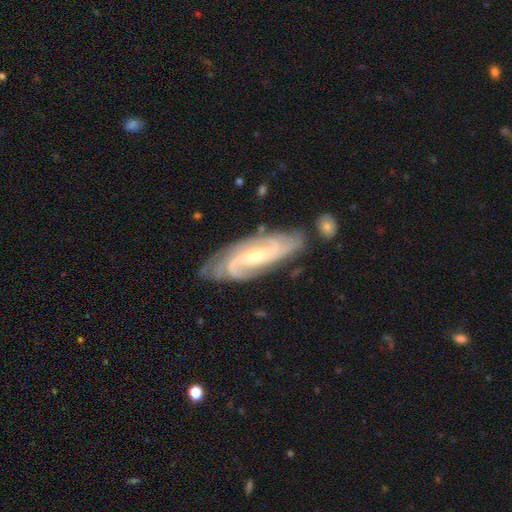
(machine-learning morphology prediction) This appears to be a featured or disk galaxy (88%) with a weak bar (41%), 2 (35%) tight (49%) spiral arms (97%) and a small central bulge (57%). Merging: none (72%).